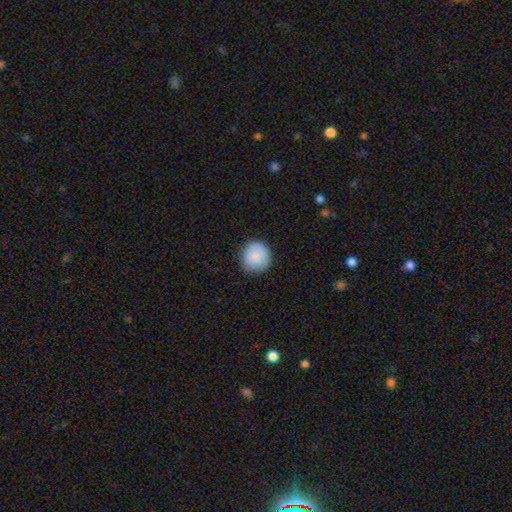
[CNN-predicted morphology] A smooth galaxy with no disk features (83%) that is round (89%). Merging: none (83%).